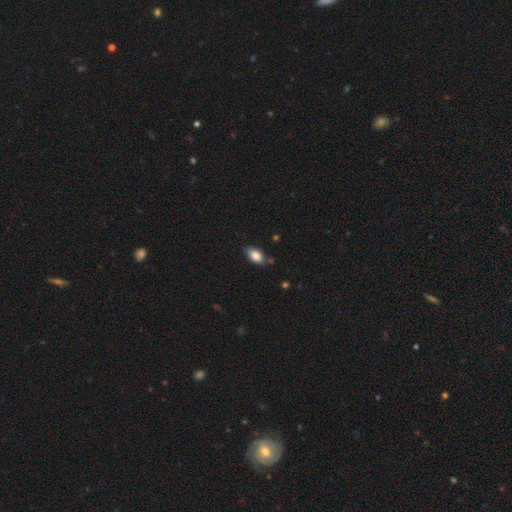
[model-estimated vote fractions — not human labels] Overall: smooth (84%). How rounded: in between (92%). Merging: none (80%).